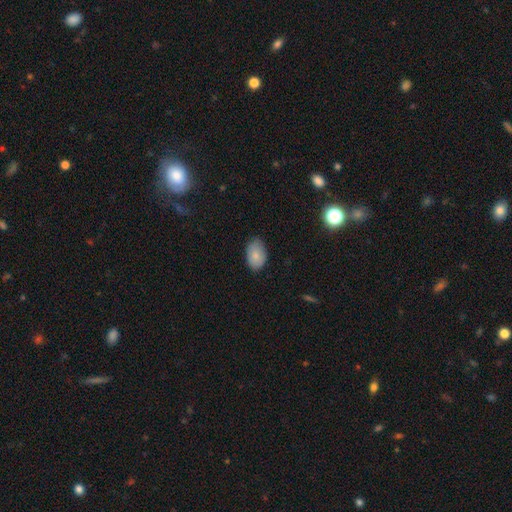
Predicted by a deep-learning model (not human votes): A smooth galaxy with no disk features (81%) that is in between round and cigar-shaped (86%).

Vote fractions:
- Smooth or featured? smooth: 81% / featured or disk: 11% / star or artifact: 8%
- How rounded? in between: 86% / round: 13% / cigar-shaped: 1%
- Merging? none: 76% / minor disturbance: 20% / major disturbance: 3% / merger: 1%